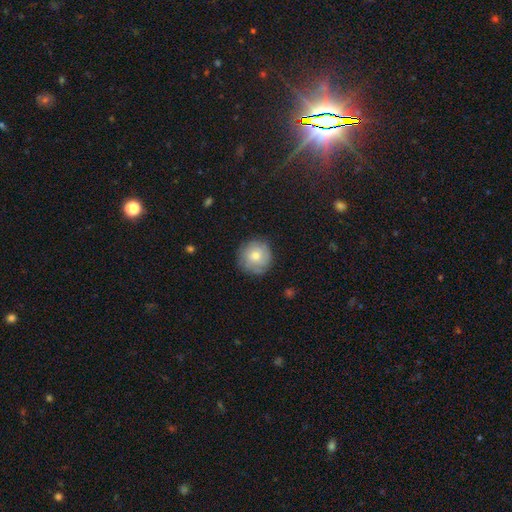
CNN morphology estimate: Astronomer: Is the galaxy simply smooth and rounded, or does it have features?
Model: smooth — 63%.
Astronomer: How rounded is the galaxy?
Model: round — 94%.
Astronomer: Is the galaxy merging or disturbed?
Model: none — 82%.